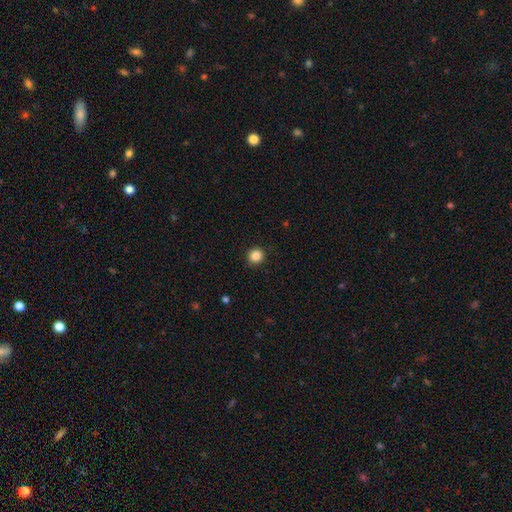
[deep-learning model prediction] This is clearly a smooth galaxy (87%). How rounded: clearly round (90%). Merging: clearly none (91%).